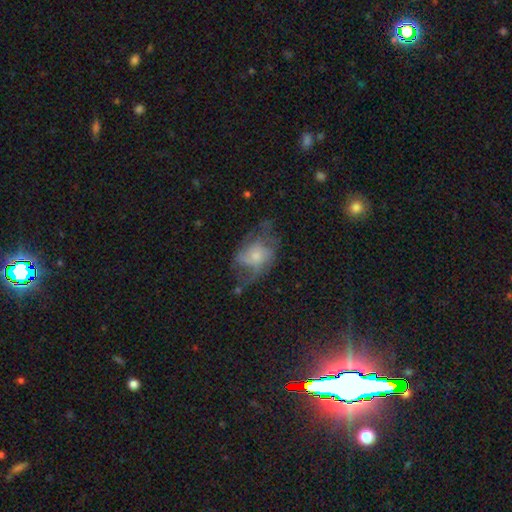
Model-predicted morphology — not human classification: featured or disk 58%, smooth 34%, star or artifact 9%. Down the decision tree: edge-on disk — no (96%); bar — no (76%); spiral arms — yes (70%); bulge size — small (41%); merging — none (39%).